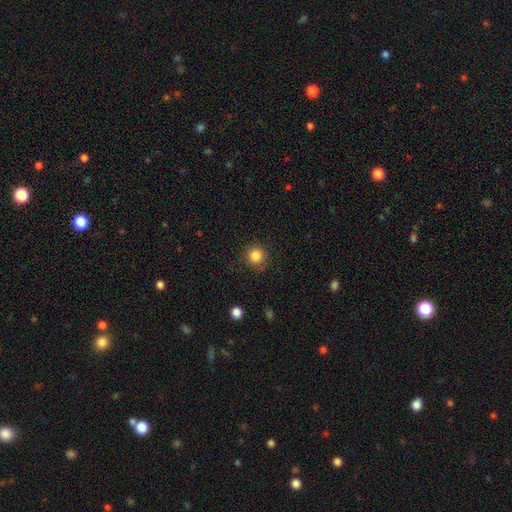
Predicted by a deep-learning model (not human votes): Smooth or featured?
  - smooth: 85% *
  - star or artifact: 11%
  - featured or disk: 4%
How rounded?
  - round: 94% *
  - in between: 5%
  - cigar-shaped: 1%
Merging?
  - none: 88% *
  - minor disturbance: 8%
  - major disturbance: 3%
  - merger: 1%